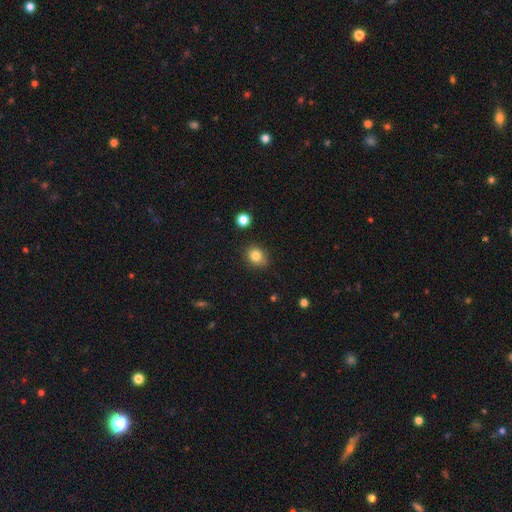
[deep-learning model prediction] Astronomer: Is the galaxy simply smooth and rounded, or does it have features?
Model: smooth — 82%.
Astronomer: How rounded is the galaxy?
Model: round — 57% (runner-up: in between, 42%).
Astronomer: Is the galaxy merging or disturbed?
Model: none — 81%.